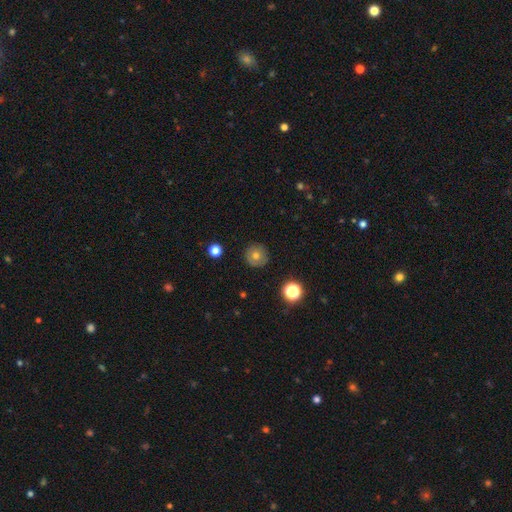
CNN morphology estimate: Smooth or featured: smooth — 68% (featured or disk — 20%)
How rounded: round — 95% (in between — 4%)
Merging: none — 87% (minor disturbance — 9%)